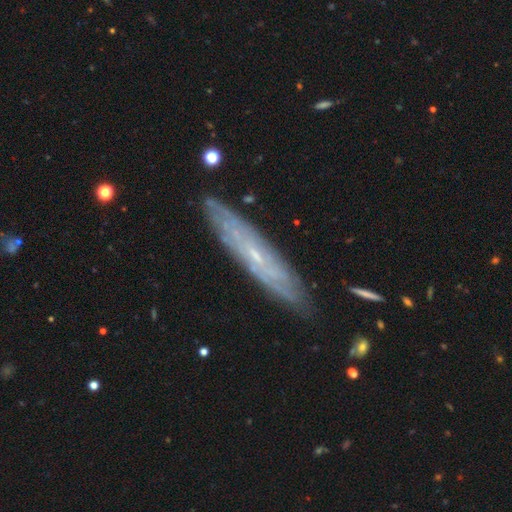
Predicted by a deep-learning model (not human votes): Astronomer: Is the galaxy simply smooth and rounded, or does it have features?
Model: featured or disk — 72%.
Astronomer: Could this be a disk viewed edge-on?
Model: no — 53% (runner-up: yes, 47%).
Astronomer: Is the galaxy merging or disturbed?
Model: none — 86%.